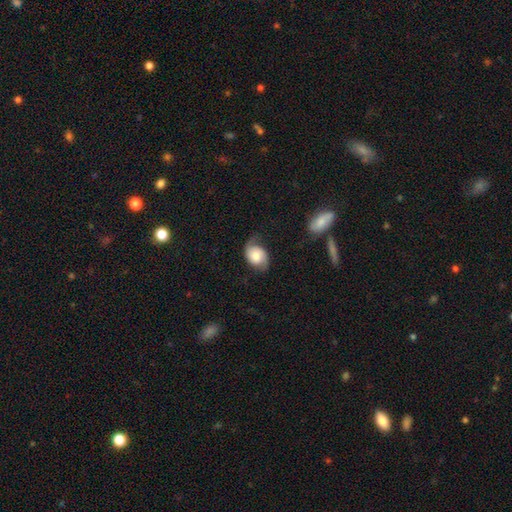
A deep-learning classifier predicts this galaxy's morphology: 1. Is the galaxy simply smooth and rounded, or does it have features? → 55% featured or disk, 37% smooth, 8% star or artifact.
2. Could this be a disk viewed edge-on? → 97% no, 3% yes.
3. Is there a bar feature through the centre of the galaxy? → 73% no, 22% weak, 5% strong.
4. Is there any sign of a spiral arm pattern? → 90% yes, 10% no.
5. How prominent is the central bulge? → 42% moderate, 23% large, 22% small, 8% dominant, 5% none.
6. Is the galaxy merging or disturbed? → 55% none, 28% minor disturbance, 15% major disturbance, 2% merger.